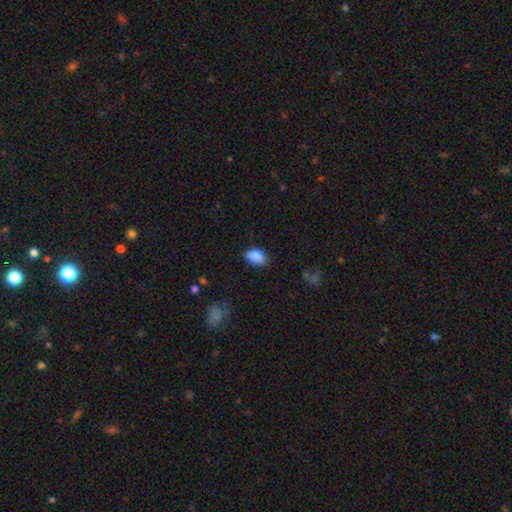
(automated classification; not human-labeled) This appears to be a smooth galaxy with no disk features (86%) that is in between round and cigar-shaped (87%). Merging: none (72%).